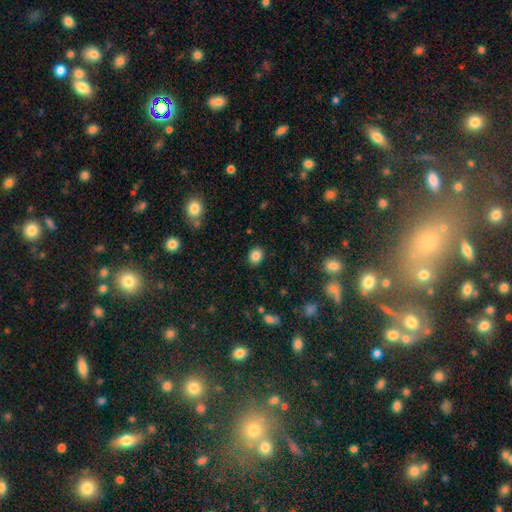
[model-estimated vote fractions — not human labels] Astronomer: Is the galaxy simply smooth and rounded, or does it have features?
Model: smooth — 85%.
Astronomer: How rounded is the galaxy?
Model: round — 59% (runner-up: in between, 40%).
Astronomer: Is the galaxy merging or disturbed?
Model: none — 88%.